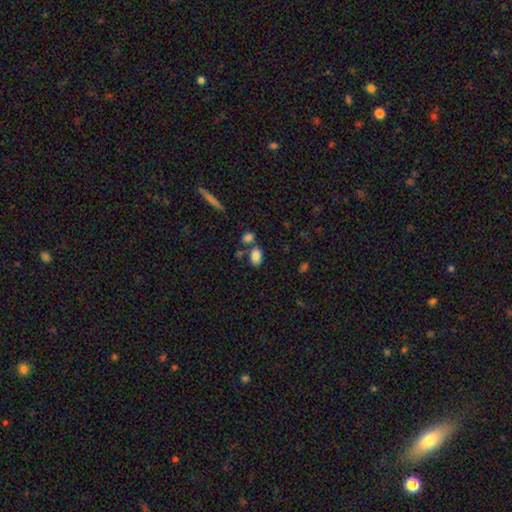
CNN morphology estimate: A smooth galaxy with no disk features (85%) that is in between round and cigar-shaped (88%). Merging: none (63%).